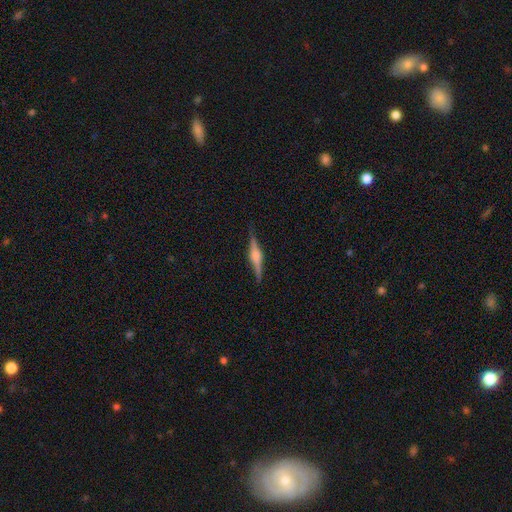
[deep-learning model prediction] Smooth or featured? featured or disk (77%)
Edge-on disk? yes (98%)
Edge-on bulge? rounded (76%)
Merging? none (87%)